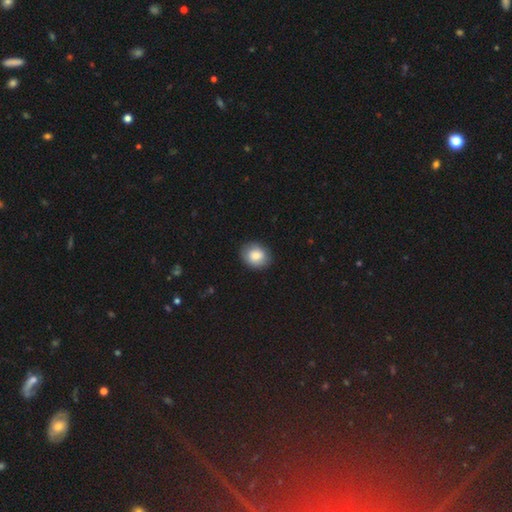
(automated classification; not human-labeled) This appears to be a smooth galaxy with no disk features (84%) that is round (54%). Merging: none (86%).